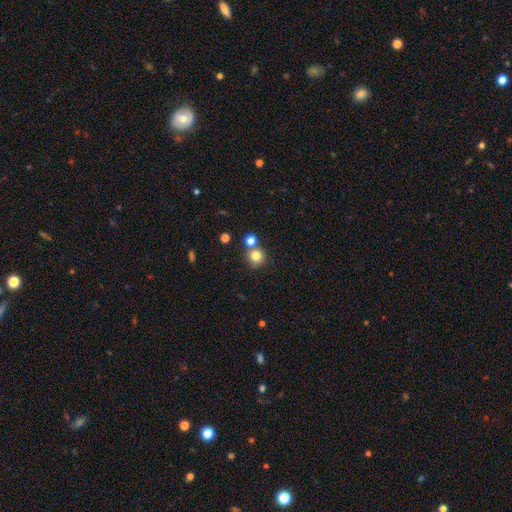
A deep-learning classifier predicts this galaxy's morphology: This is likely a smooth galaxy (80%). How rounded: clearly round (91%). Merging: likely none (65%).